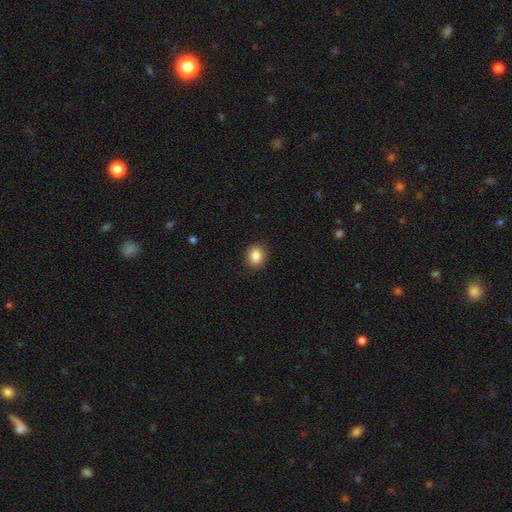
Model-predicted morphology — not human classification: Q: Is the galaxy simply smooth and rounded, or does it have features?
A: smooth — 87%.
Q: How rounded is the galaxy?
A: round — 69%.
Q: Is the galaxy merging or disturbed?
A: none — 89%.